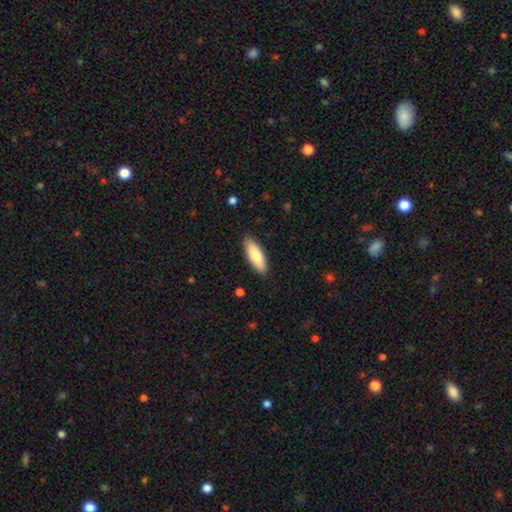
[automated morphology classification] type=smooth (83%); roundness=in between (62%); merging=none (89%).